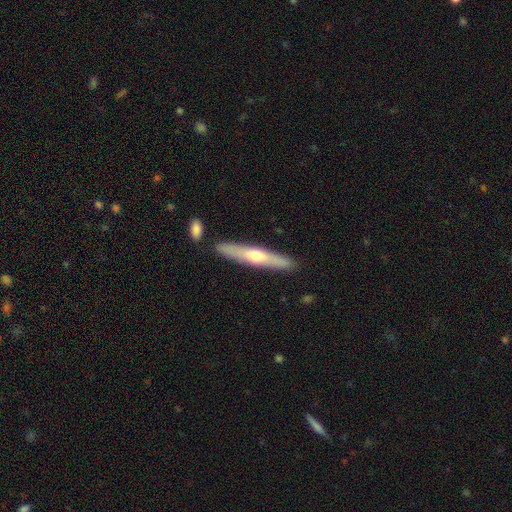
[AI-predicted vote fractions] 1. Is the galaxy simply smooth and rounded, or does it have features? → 54% featured or disk, 41% smooth, 5% star or artifact.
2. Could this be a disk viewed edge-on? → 91% yes, 9% no.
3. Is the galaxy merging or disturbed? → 86% none, 9% minor disturbance, 4% merger, 2% major disturbance.